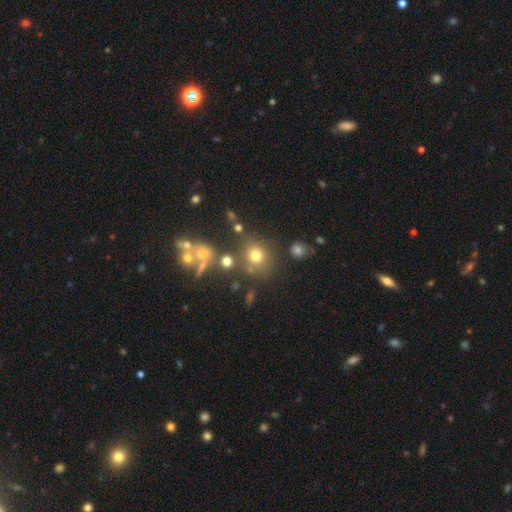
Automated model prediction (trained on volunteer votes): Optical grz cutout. It shows a smooth galaxy with no disk features (71%) that is round (85%). Merging: none (69%).